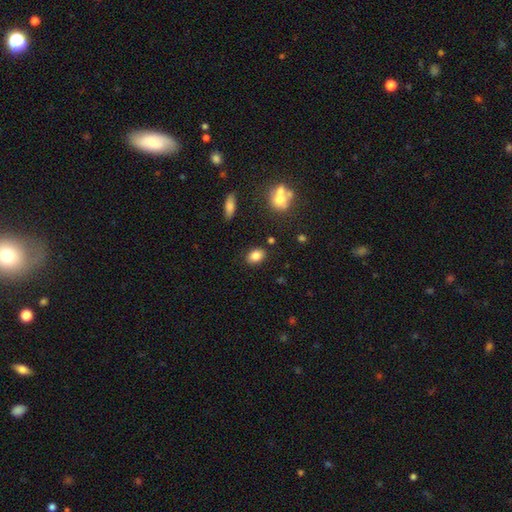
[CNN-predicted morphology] The model was most divided on "how rounded": in between: 77%, round: 22%, cigar-shaped: 2%. More confident: merging — none (84%); smooth or featured — smooth (83%).